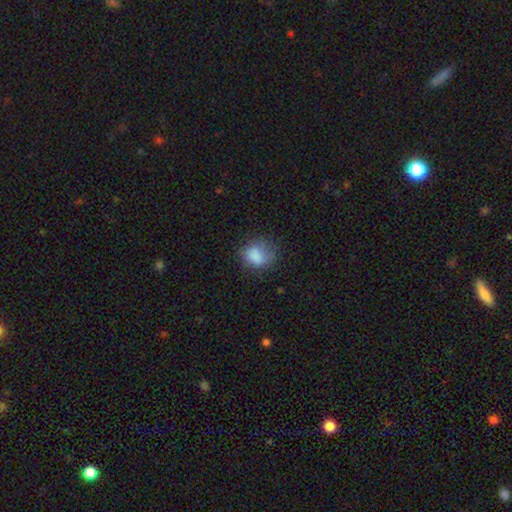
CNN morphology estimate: A smooth galaxy with no disk features (81%) that is round (59%).

Vote fractions:
- Smooth or featured? smooth: 81% / star or artifact: 9% / featured or disk: 9%
- How rounded? round: 59% / in between: 40% / cigar-shaped: 1%
- Merging? none: 58% / minor disturbance: 27% / major disturbance: 14% / merger: 2%